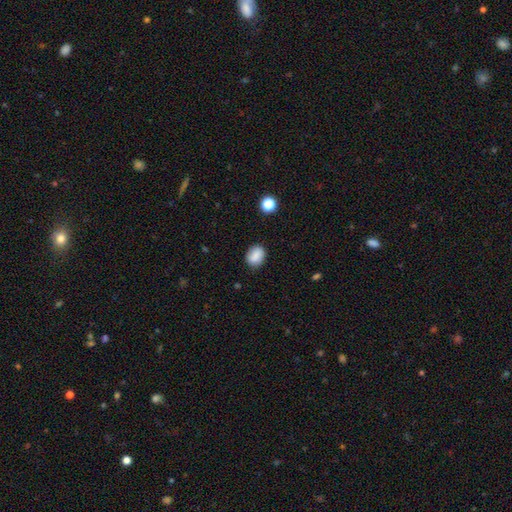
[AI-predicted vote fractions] This appears to be a smooth galaxy with no disk features (83%) that is in between round and cigar-shaped (53%). Merging: none (82%).